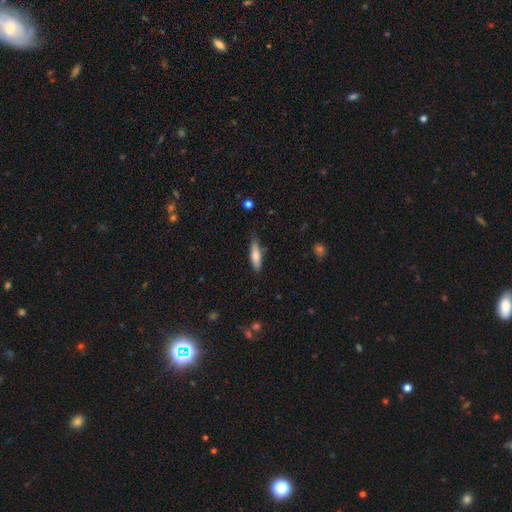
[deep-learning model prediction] Smooth or featured: smooth — 76% (featured or disk — 18%)
How rounded: cigar-shaped — 65% (in between — 33%)
Merging: none — 75% (minor disturbance — 20%)